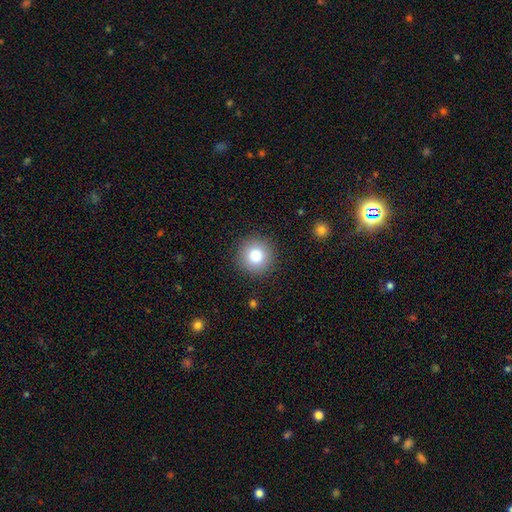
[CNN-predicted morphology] Smooth or featured? Predicted: smooth (p=0.83). How rounded? Predicted: round (p=0.95). Merging? Predicted: none (p=0.90).